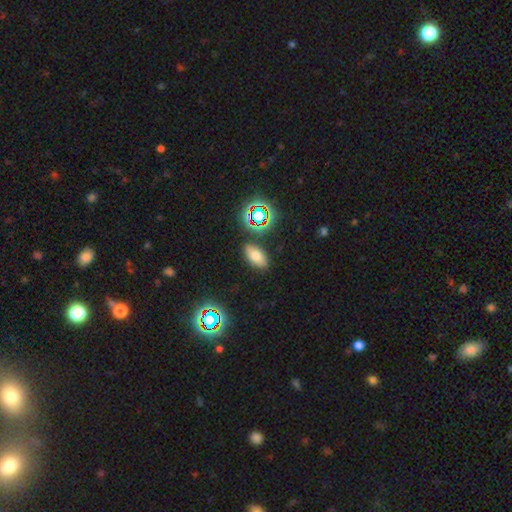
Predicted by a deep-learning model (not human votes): Morphology: type=smooth (66%); roundness=in between (89%); merging=none (84%).